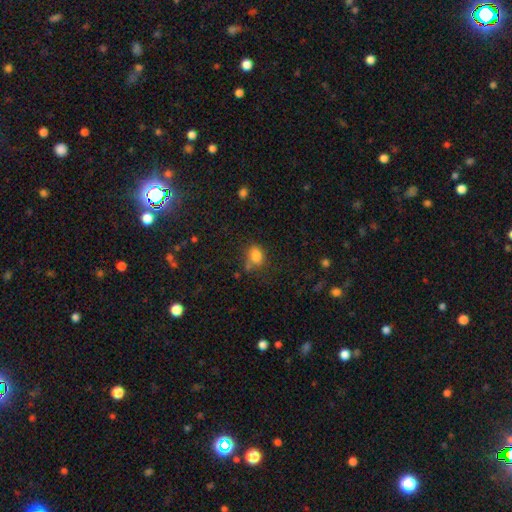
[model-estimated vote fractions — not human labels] Smooth or featured: smooth — 81% (star or artifact — 12%)
How rounded: in between — 60% (round — 38%)
Merging: none — 59% (minor disturbance — 22%)